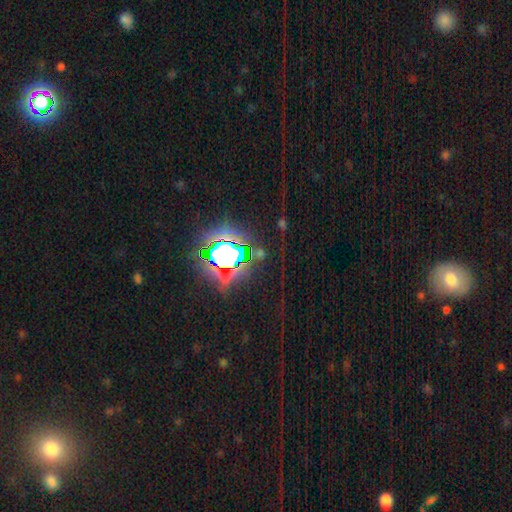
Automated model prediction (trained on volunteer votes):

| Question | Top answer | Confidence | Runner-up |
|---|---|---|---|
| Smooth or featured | star or artifact | 74% | smooth (15%) |